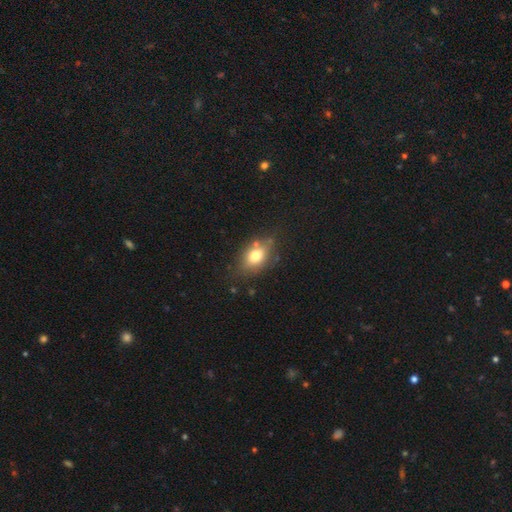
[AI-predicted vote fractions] Q: Smooth or featured?
A: smooth (74%); runner-up: featured or disk (16%)
Q: How rounded?
A: in between (76%); runner-up: round (21%)
Q: Merging?
A: none (70%); runner-up: minor disturbance (19%)